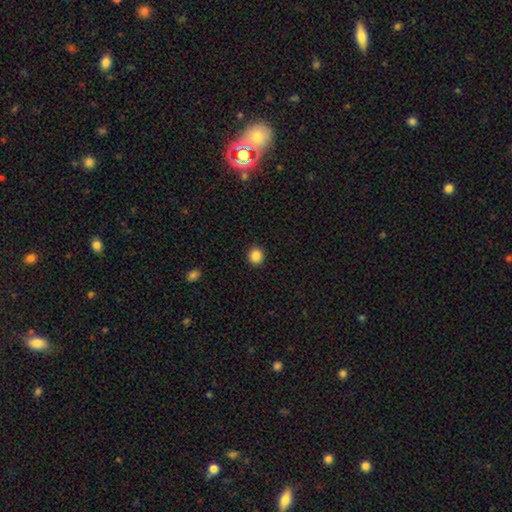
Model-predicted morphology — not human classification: Smooth or featured: smooth — 86% (star or artifact — 11%)
How rounded: round — 87% (in between — 12%)
Merging: none — 93% (minor disturbance — 5%)